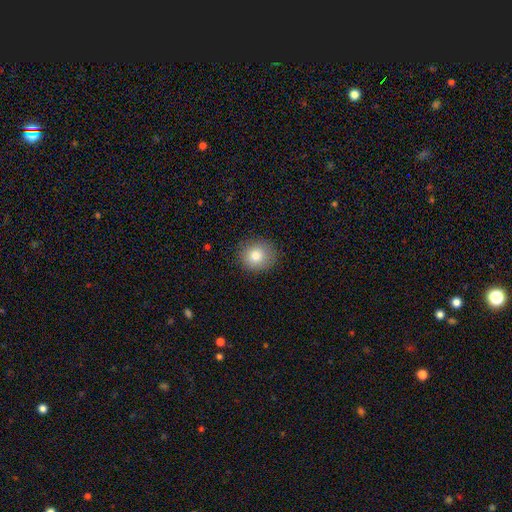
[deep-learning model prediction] smooth 81%, star or artifact 10%, featured or disk 9%. Down the decision tree: how rounded — round (83%); merging — none (87%).